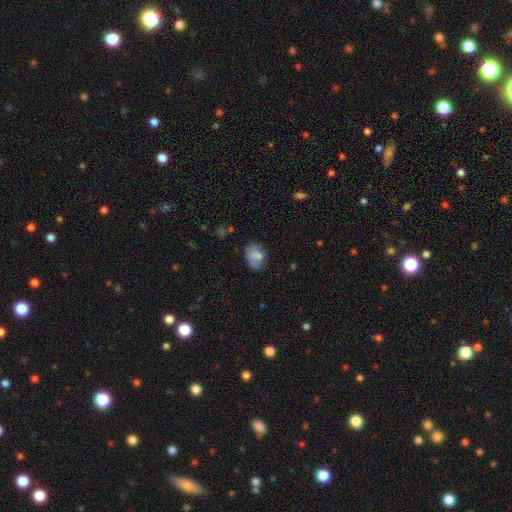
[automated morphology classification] Smooth or featured? smooth (78%)
How rounded? in between (76%)
Merging? none (62%)